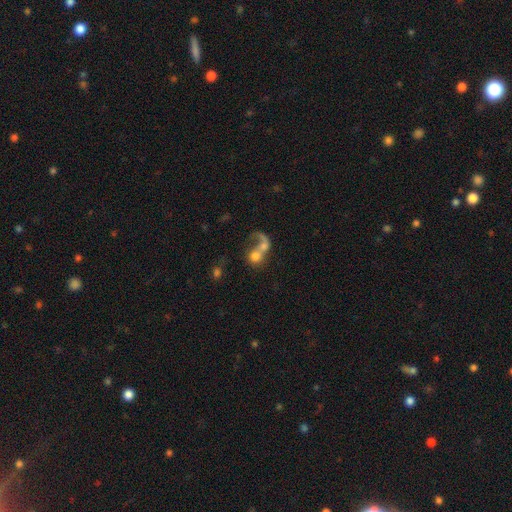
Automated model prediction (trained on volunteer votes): Q: Smooth or featured?
A: smooth (50%); runner-up: featured or disk (39%)
Q: Merging?
A: merger (66%); runner-up: major disturbance (16%)